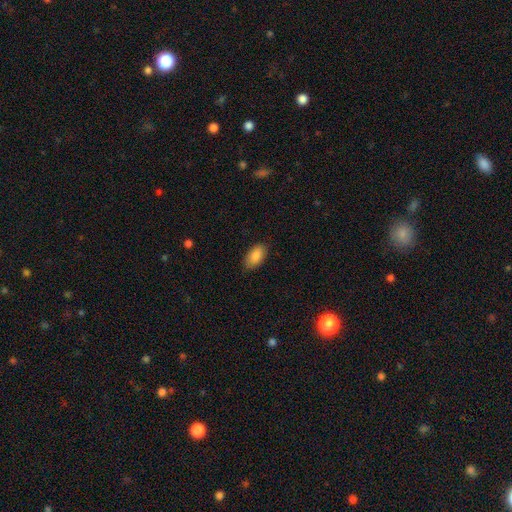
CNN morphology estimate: Smooth or featured? smooth (87%)
How rounded? in between (94%)
Merging? none (84%)